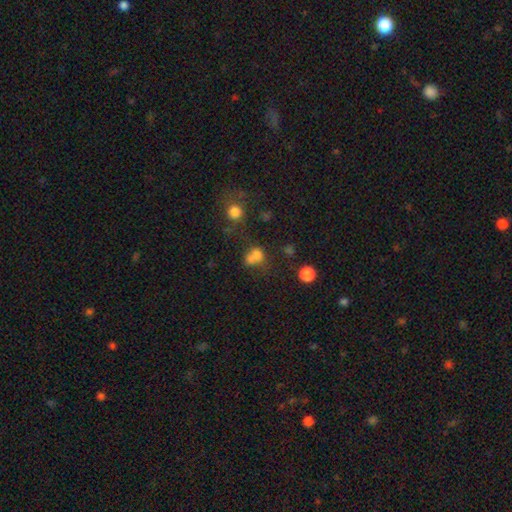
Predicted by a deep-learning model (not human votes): Smooth or featured: smooth — 69% (star or artifact — 17%)
How rounded: round — 60% (in between — 38%)
Merging: merger — 49% (none — 30%)